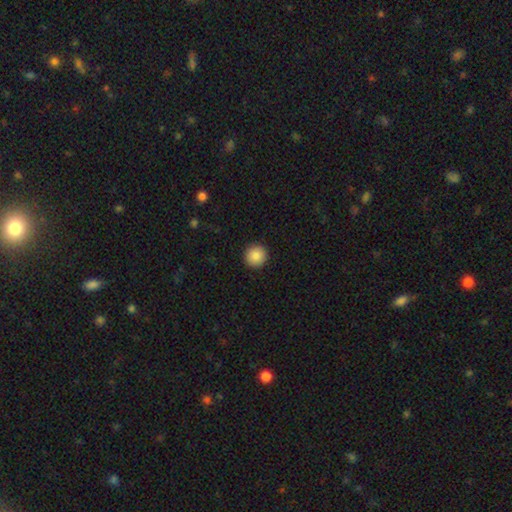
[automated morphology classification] Smooth or featured? smooth (87%)
How rounded? round (95%)
Merging? none (93%)